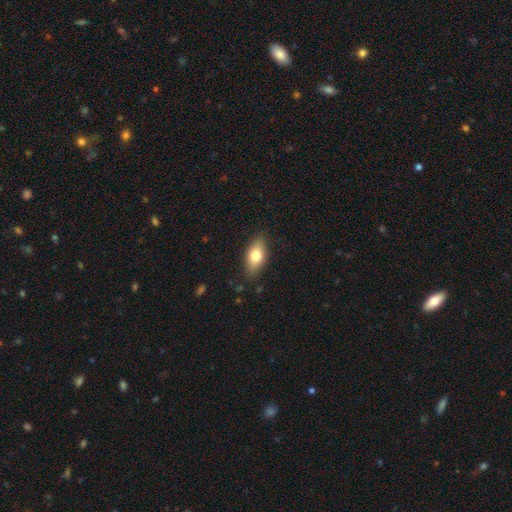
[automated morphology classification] A smooth galaxy with no disk features (75%) that is in between round and cigar-shaped (86%).

Vote fractions:
- Smooth or featured? smooth: 75% / featured or disk: 18% / star or artifact: 7%
- How rounded? in between: 86% / cigar-shaped: 9% / round: 6%
- Merging? none: 84% / minor disturbance: 13% / major disturbance: 3% / merger: 1%